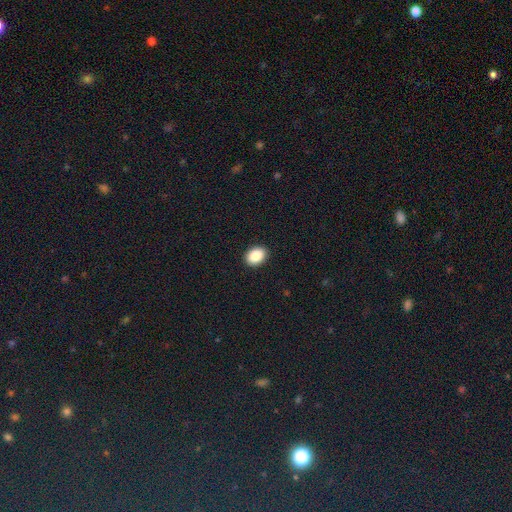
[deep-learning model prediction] Smooth or featured? Predicted: smooth (p=0.89). How rounded? Predicted: in between (p=0.76). Merging? Predicted: none (p=0.91).